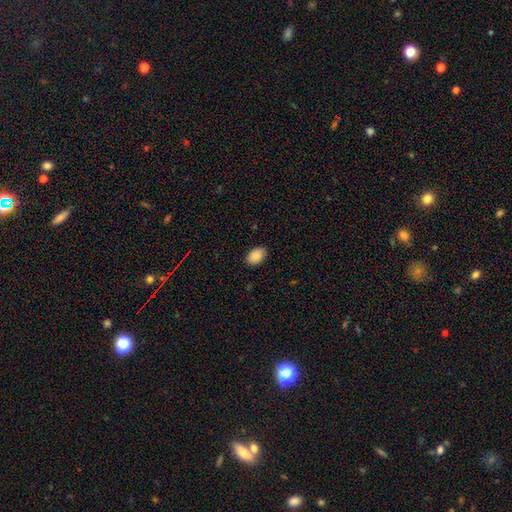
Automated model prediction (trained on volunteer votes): Q: Smooth or featured?
A: smooth (88%); runner-up: star or artifact (7%)
Q: How rounded?
A: in between (85%); runner-up: round (14%)
Q: Merging?
A: none (86%); runner-up: minor disturbance (11%)